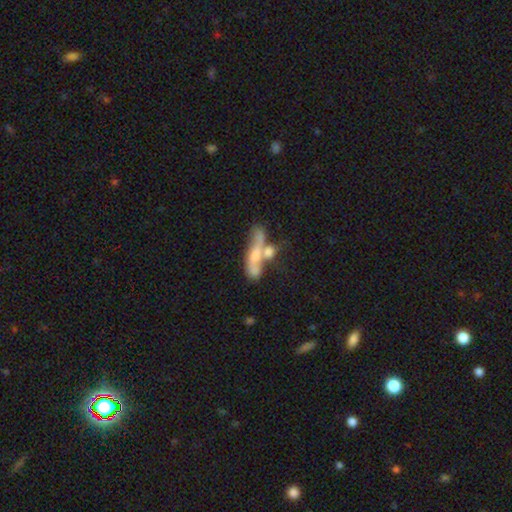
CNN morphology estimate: Smooth or featured?
  - featured or disk: 48% *
  - smooth: 43%
  - star or artifact: 10%
Merging?
  - merger: 50% *
  - none: 24%
  - major disturbance: 13%
  - minor disturbance: 12%